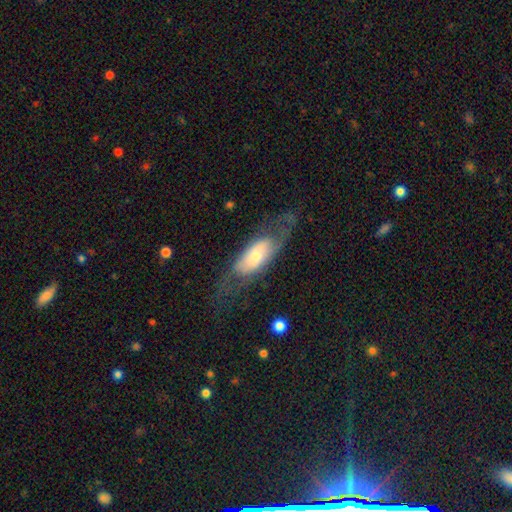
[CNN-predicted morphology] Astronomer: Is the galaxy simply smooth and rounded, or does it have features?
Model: featured or disk — 48% (runner-up: smooth, 45%).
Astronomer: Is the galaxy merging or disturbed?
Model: none — 51% (runner-up: major disturbance, 27%).